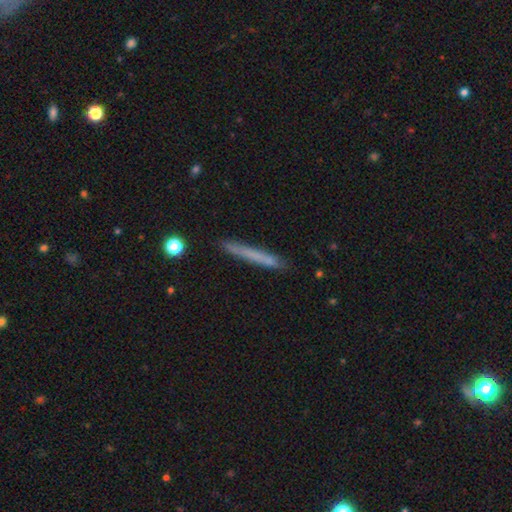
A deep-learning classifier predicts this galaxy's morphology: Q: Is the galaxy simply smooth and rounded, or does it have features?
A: smooth — 65%.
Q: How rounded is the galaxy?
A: cigar-shaped — 97%.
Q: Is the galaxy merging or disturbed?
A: none — 87%.